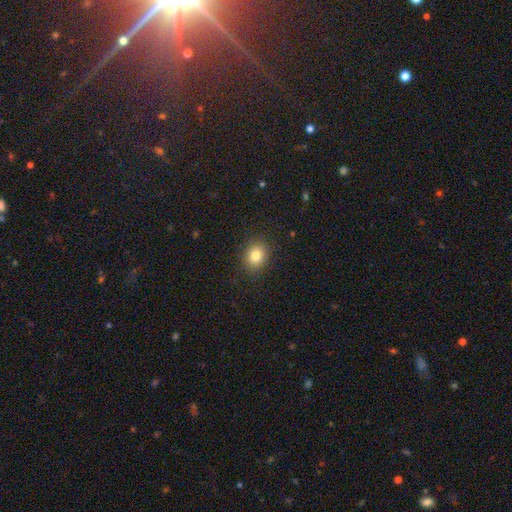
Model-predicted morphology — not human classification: This is clearly a smooth galaxy (83%). How rounded: likely round (63%). Merging: clearly none (89%).